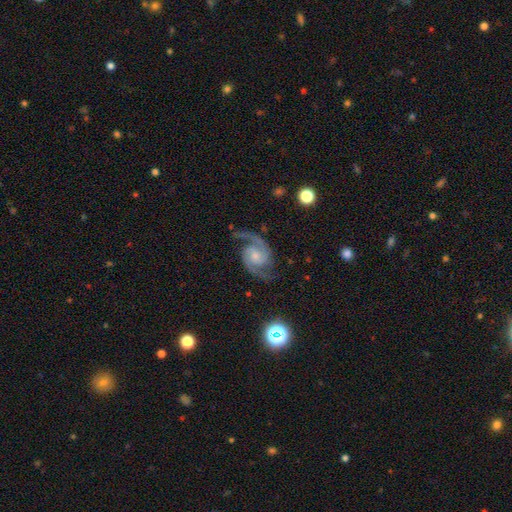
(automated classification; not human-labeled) Q: Smooth or featured?
A: featured or disk (92%); runner-up: star or artifact (5%)
Q: Edge-on disk?
A: no (98%); runner-up: yes (2%)
Q: Bar?
A: no (61%); runner-up: weak (32%)
Q: Spiral arms?
A: yes (98%); runner-up: no (2%)
Q: Spiral winding?
A: medium (59%); runner-up: loose (21%)
Q: Spiral arm count?
A: 2 (94%); runner-up: can't tell (1%)
Q: Bulge size?
A: small (46%); runner-up: moderate (39%)
Q: Merging?
A: none (77%); runner-up: minor disturbance (14%)